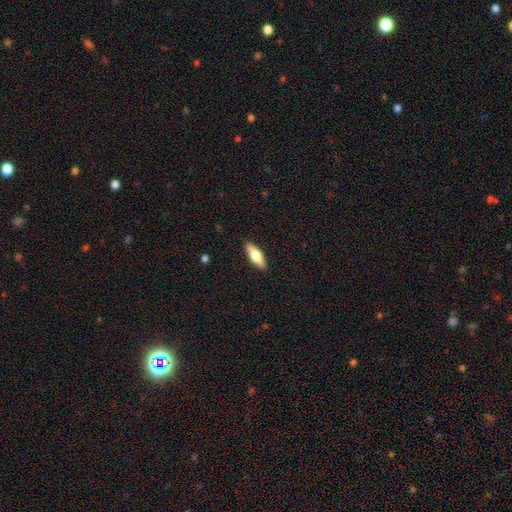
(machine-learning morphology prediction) This appears to be a smooth galaxy with no disk features (60%) that is in between round and cigar-shaped (55%). Merging: none (89%).